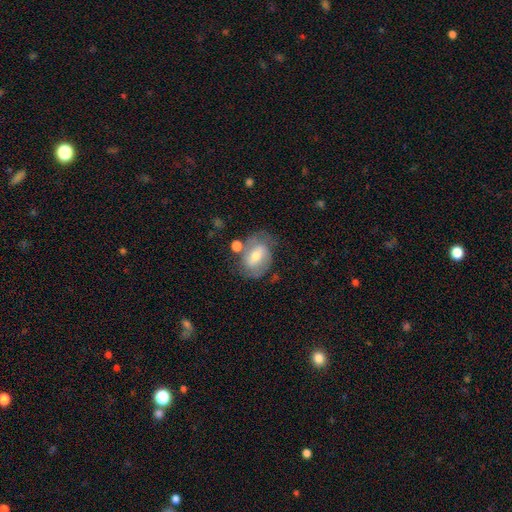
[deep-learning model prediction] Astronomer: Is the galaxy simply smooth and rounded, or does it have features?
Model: featured or disk — 59%.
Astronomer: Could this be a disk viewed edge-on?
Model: no — 95%.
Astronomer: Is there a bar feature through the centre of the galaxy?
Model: weak — 43% (runner-up: strong, 35%).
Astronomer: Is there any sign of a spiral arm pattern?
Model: yes — 73%.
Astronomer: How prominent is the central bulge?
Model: moderate — 57% (runner-up: small, 37%).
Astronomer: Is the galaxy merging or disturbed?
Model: none — 59%.